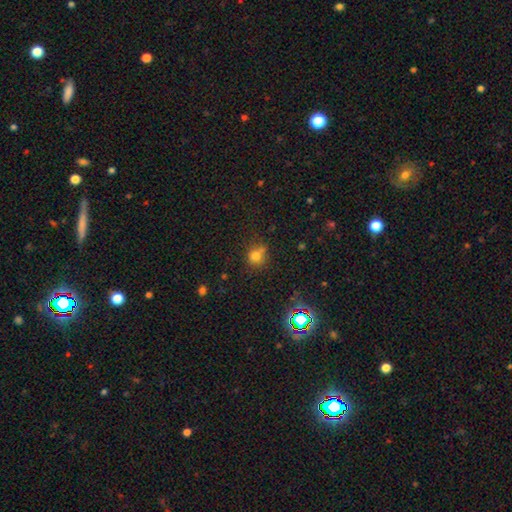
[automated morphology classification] smooth-or-featured: smooth: 74% | star or artifact: 17% | featured or disk: 8%
  how-rounded: round: 84% | in between: 15% | cigar-shaped: 1%
  merging: none: 61% | minor disturbance: 16% | merger: 16% | major disturbance: 6%